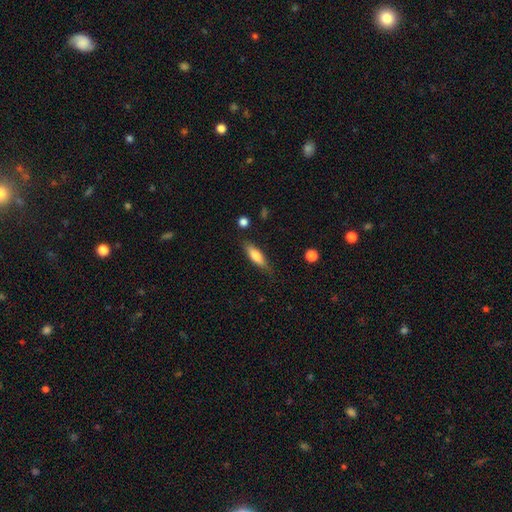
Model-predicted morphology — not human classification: A smooth galaxy with no disk features (72%) that is cigar-shaped (51%).

Vote fractions:
- Smooth or featured? smooth: 72% / featured or disk: 21% / star or artifact: 6%
- How rounded? cigar-shaped: 51% / in between: 47% / round: 2%
- Merging? none: 77% / minor disturbance: 17% / major disturbance: 4% / merger: 2%